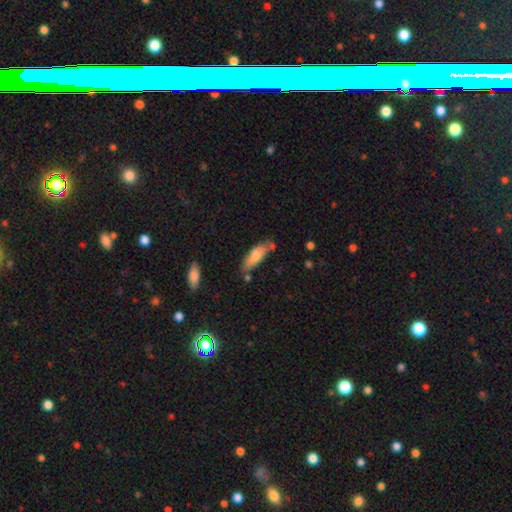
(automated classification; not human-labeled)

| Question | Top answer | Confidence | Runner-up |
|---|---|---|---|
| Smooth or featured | smooth | 75% | featured or disk (19%) |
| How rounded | in between | 60% | cigar-shaped (38%) |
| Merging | none | 56% | minor disturbance (27%) |